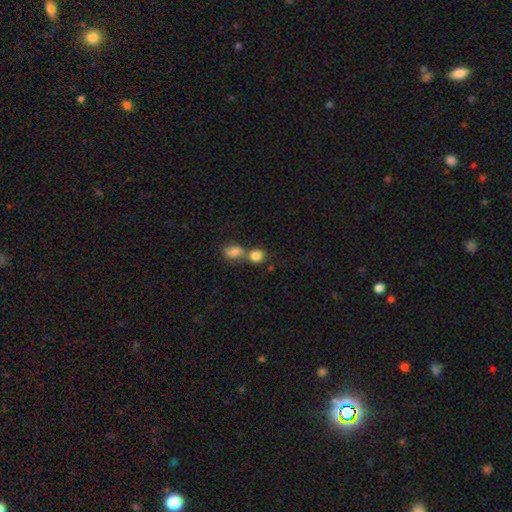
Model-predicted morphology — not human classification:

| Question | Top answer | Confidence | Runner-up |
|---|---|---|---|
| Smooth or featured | smooth | 84% | star or artifact (10%) |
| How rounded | round | 76% | in between (23%) |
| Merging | none | 46% | merger (43%) |